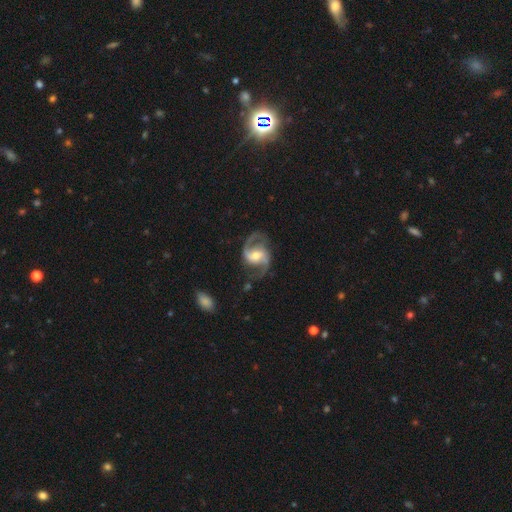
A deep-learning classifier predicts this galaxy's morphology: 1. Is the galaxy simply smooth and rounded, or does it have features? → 91% featured or disk, 5% star or artifact, 4% smooth.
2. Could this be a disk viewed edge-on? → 98% no, 2% yes.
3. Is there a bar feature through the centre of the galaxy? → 46% weak, 28% strong, 26% no.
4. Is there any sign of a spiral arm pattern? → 98% yes, 2% no.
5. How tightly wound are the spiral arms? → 55% medium, 32% loose, 12% tight.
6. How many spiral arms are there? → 93% 2, 2% can't tell, 2% 3, 2% 1, 1% 4, 1% more than 4.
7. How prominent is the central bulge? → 62% moderate, 29% small, 6% large, 2% none, 1% dominant.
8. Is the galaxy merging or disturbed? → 75% none, 15% minor disturbance, 8% major disturbance, 2% merger.